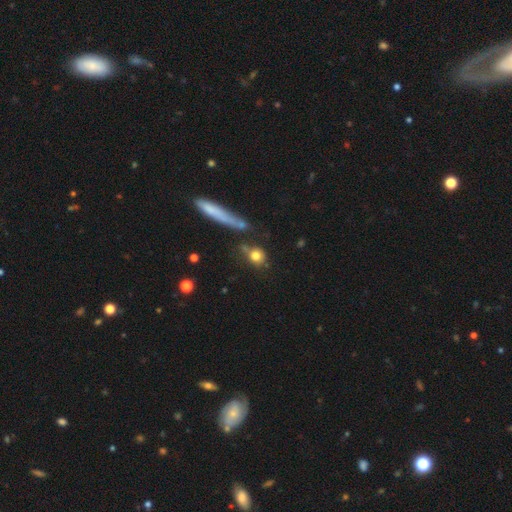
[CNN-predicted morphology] Smooth or featured?
  - smooth: 78% *
  - featured or disk: 12%
  - star or artifact: 11%
How rounded?
  - round: 76% *
  - in between: 17%
  - cigar-shaped: 7%
Merging?
  - none: 65% *
  - minor disturbance: 15%
  - merger: 13%
  - major disturbance: 7%